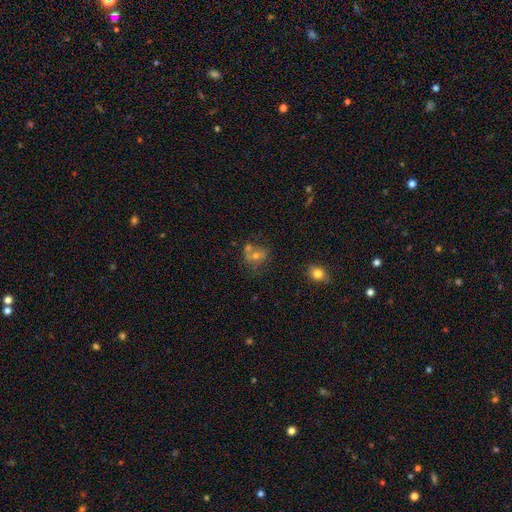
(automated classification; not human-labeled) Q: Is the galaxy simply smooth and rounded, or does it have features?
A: smooth — 41%.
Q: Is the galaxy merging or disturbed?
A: none — 50%.